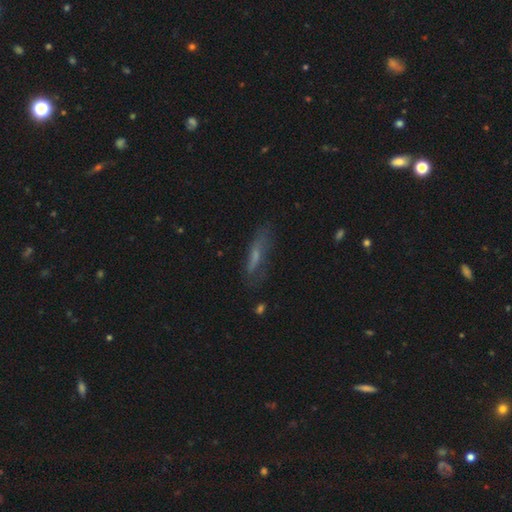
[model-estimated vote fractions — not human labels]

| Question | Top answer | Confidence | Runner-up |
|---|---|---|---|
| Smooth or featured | smooth | 48% | featured or disk (40%) |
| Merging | none | 65% | minor disturbance (22%) |